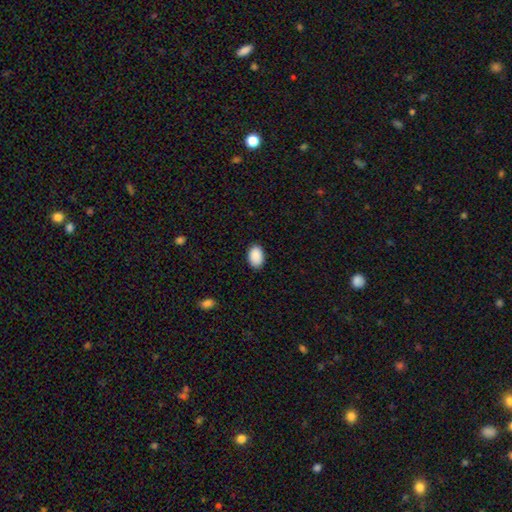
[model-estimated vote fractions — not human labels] The model was most divided on "how rounded": in between: 88%, round: 11%, cigar-shaped: 1%. More confident: smooth or featured — smooth (91%); merging — none (88%).